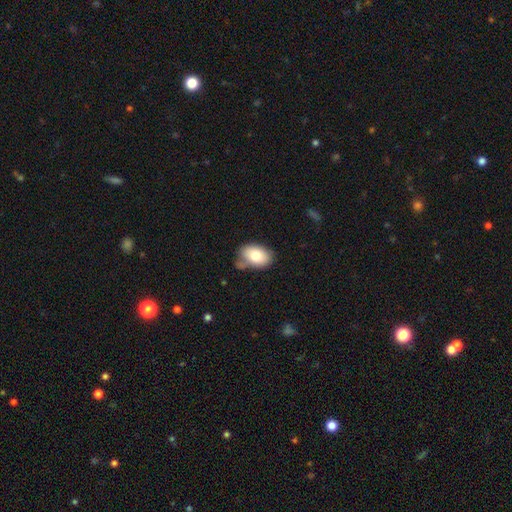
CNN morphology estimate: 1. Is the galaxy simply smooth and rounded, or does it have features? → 78% smooth, 14% featured or disk, 7% star or artifact.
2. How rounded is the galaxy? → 87% in between, 12% round, 1% cigar-shaped.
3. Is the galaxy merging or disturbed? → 55% none, 26% minor disturbance, 11% merger, 8% major disturbance.